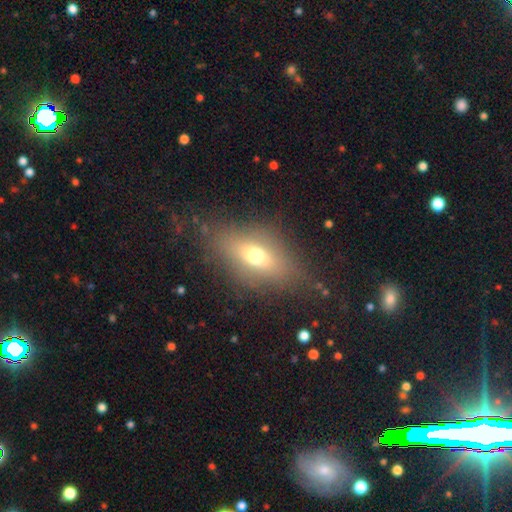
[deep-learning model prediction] Smooth or featured? smooth (61%)
How rounded? in between (75%)
Merging? none (78%)